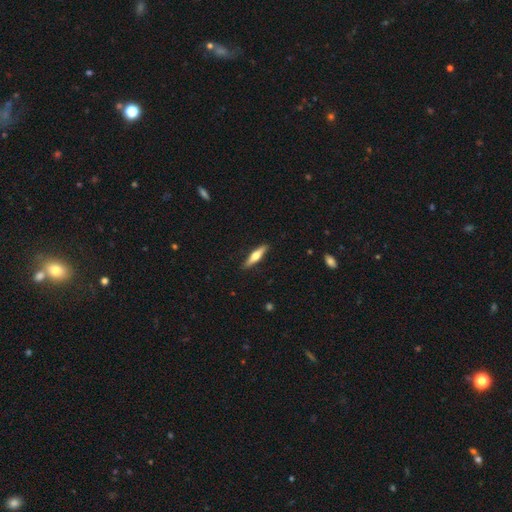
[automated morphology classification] type=featured or disk (51%); edge-on=yes (95%); merging=none (89%).